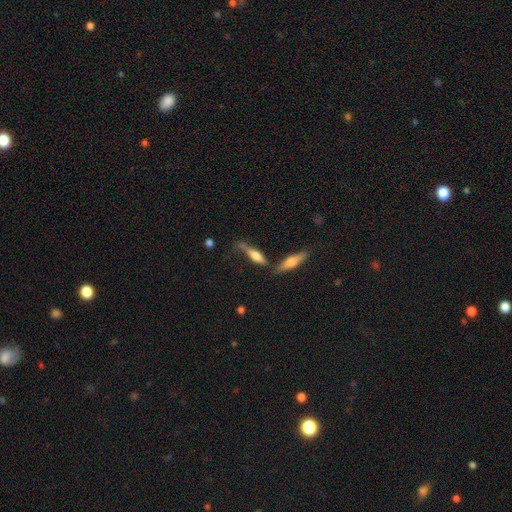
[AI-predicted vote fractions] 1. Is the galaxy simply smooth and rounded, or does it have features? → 48% smooth, 44% featured or disk, 8% star or artifact.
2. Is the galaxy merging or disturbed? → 51% none, 21% minor disturbance, 18% merger, 10% major disturbance.